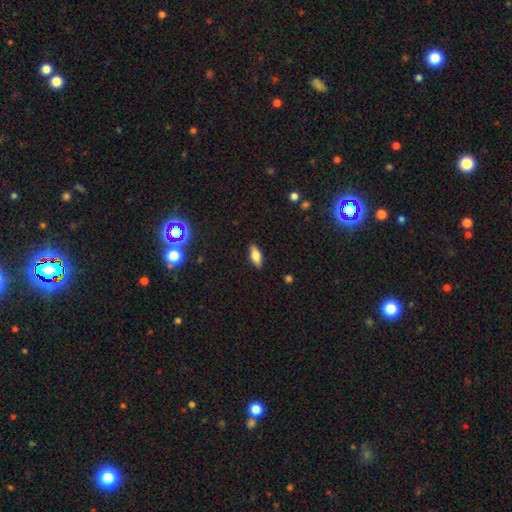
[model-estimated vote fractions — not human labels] smooth-or-featured: smooth: 72% | featured or disk: 19% | star or artifact: 9%
  how-rounded: in between: 80% | cigar-shaped: 17% | round: 3%
  merging: none: 88% | minor disturbance: 9% | major disturbance: 2% | merger: 1%